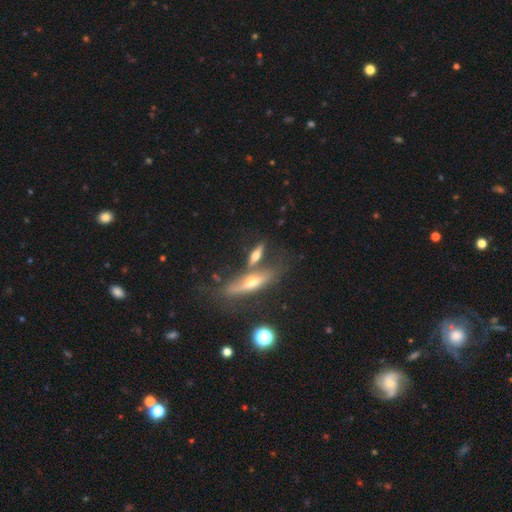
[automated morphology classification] This appears to be a featured or disk galaxy (48%). Merging: none (50%).